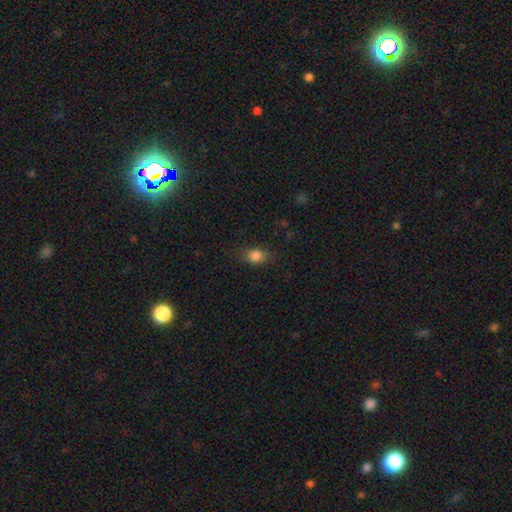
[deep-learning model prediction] Morphology: type=smooth (83%); roundness=in between (61%); merging=none (80%).